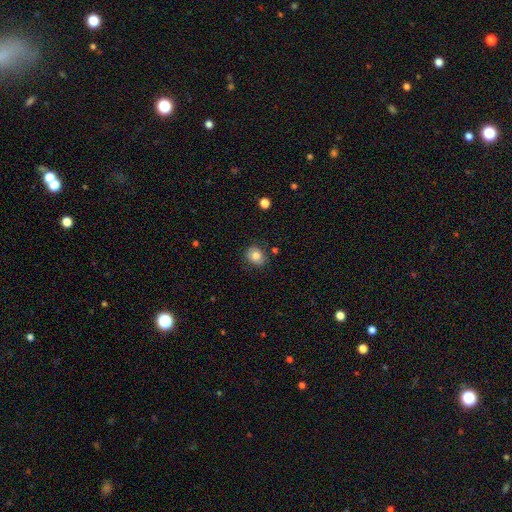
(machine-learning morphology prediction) This appears to be a smooth galaxy with no disk features (80%) that is round (60%). Merging: none (81%).